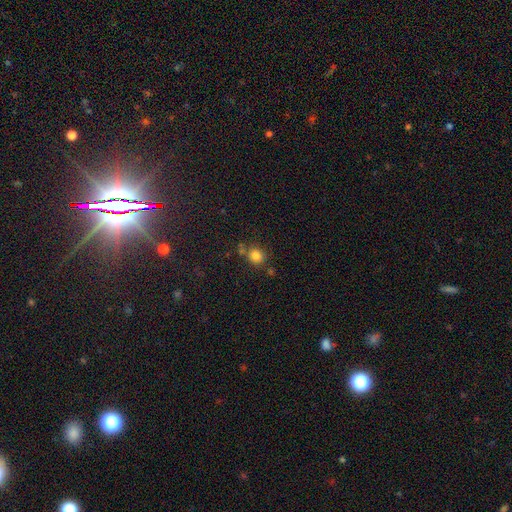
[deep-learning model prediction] This appears to be a smooth galaxy with no disk features (81%) that is round (82%). Merging: none (67%).